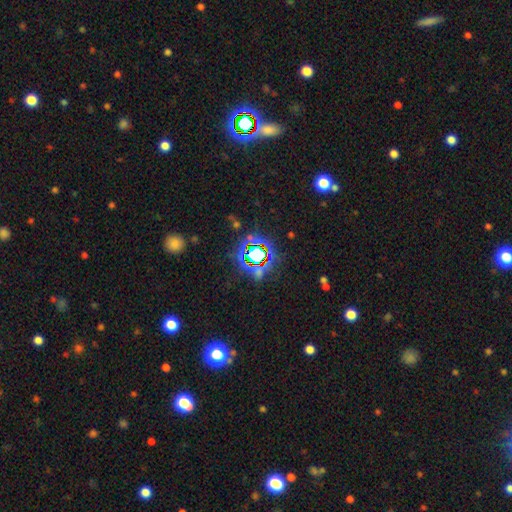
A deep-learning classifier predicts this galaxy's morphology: This is likely a star or artifact rather than a galaxy (73%).